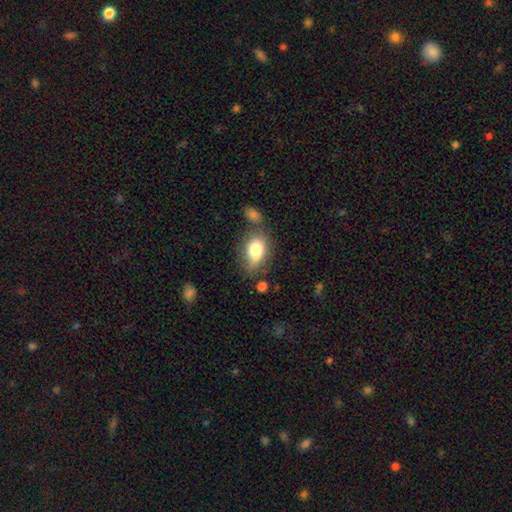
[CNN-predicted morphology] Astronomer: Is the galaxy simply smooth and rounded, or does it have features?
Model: smooth — 77%.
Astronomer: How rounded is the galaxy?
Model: in between — 81%.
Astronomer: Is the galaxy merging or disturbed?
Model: none — 53%.